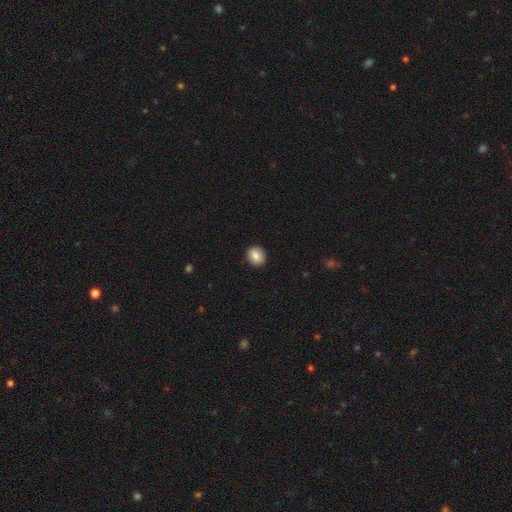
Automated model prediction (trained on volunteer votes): Morphology: type=smooth (86%); roundness=round (84%); merging=none (92%).